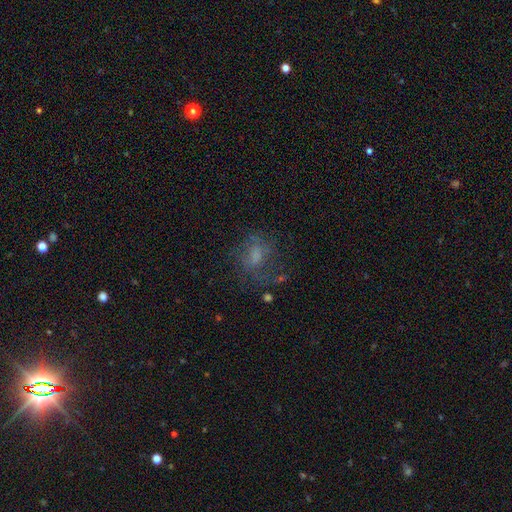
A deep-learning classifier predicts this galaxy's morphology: Smooth or featured? Predicted: smooth (p=0.42). Merging? Predicted: none (p=0.49).